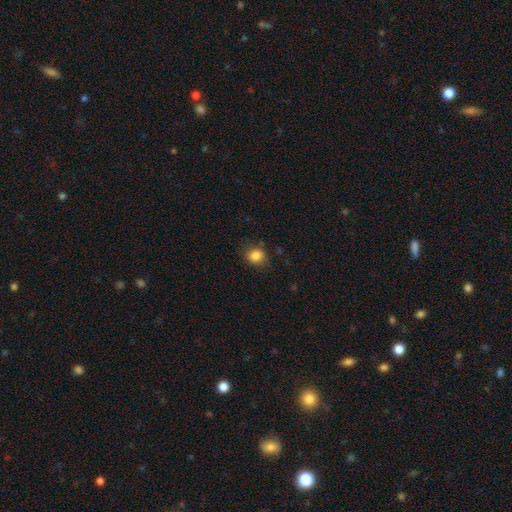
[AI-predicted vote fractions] Smooth or featured? Predicted: smooth (p=0.84). How rounded? Predicted: round (p=0.71). Merging? Predicted: none (p=0.80).